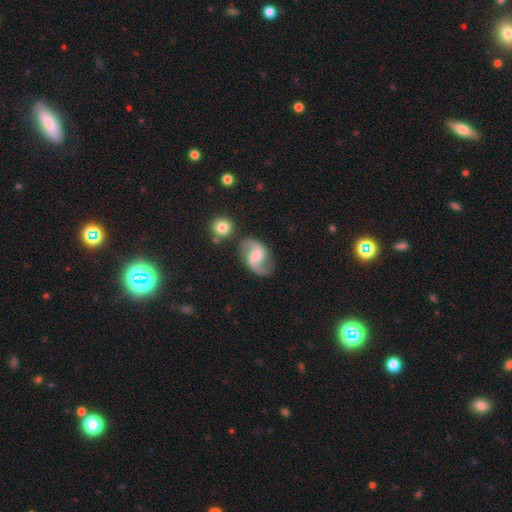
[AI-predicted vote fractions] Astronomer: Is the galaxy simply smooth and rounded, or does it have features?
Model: featured or disk — 87%.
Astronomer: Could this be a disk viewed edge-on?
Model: no — 98%.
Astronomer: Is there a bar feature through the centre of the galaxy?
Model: weak — 51% (runner-up: no, 31%).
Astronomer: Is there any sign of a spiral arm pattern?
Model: yes — 97%.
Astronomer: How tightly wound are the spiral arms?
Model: loose — 49% (runner-up: medium, 43%).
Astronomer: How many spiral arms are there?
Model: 2 — 93%.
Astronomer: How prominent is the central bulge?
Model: small — 45% (runner-up: moderate, 39%).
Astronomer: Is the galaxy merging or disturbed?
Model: none — 77%.